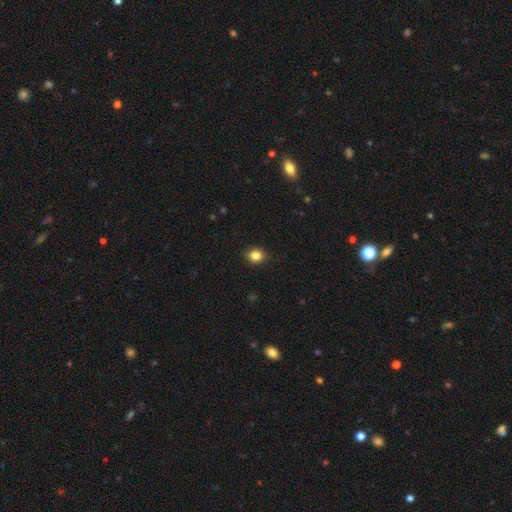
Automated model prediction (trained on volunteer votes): Morphology: type=smooth (84%); roundness=round (73%); merging=none (90%).